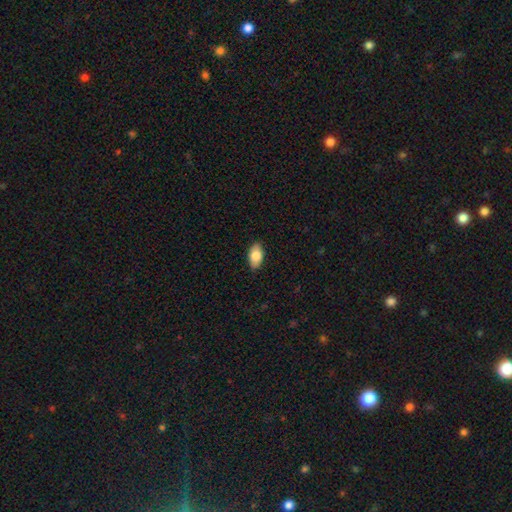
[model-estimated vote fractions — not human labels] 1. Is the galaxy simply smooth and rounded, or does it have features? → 82% smooth, 12% featured or disk, 7% star or artifact.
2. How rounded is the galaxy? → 93% in between, 5% round, 3% cigar-shaped.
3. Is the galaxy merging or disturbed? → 88% none, 9% minor disturbance, 2% major disturbance, 1% merger.